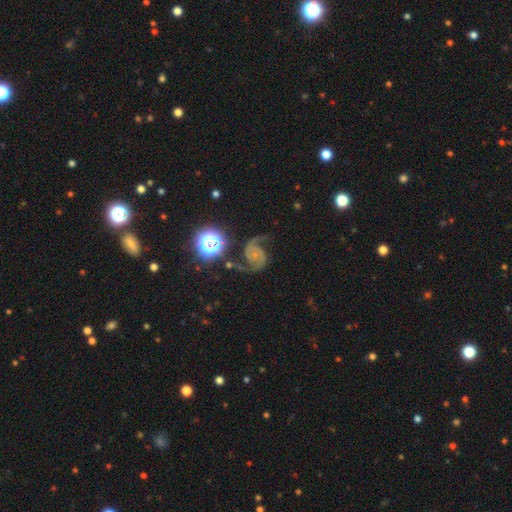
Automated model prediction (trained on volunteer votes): Q: Smooth or featured?
A: featured or disk (86%); runner-up: star or artifact (9%)
Q: Edge-on disk?
A: no (98%); runner-up: yes (2%)
Q: Bar?
A: no (69%); runner-up: weak (24%)
Q: Spiral arms?
A: yes (98%); runner-up: no (2%)
Q: Spiral winding?
A: medium (52%); runner-up: loose (35%)
Q: Spiral arm count?
A: 2 (92%); runner-up: 1 (2%)
Q: Bulge size?
A: small (69%); runner-up: moderate (16%)
Q: Merging?
A: none (63%); runner-up: minor disturbance (18%)